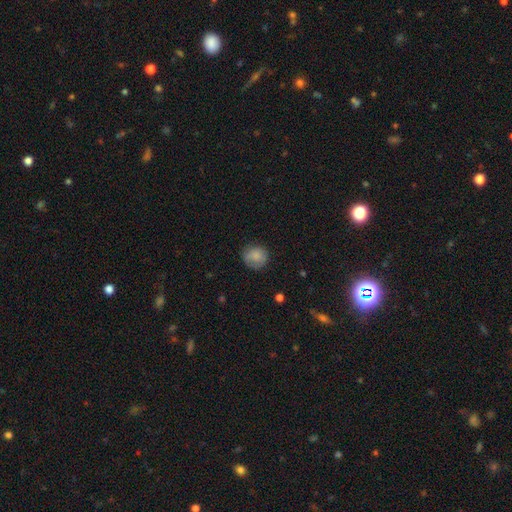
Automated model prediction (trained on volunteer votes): smooth_or_featured: smooth (p=0.81) [alt: featured or disk p=0.11]
how_rounded: round (p=0.88) [alt: in between p=0.11]
merging: none (p=0.74) [alt: minor disturbance p=0.19]